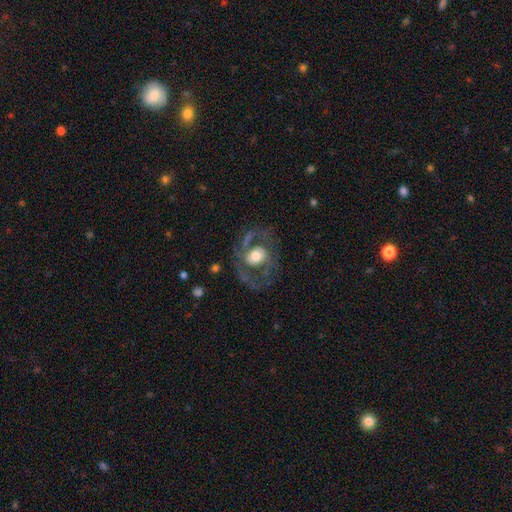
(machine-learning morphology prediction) A featured or disk galaxy (67%) with no bar (70%), spiral arms (59%) and a moderate central bulge (59%).

Vote fractions:
- Smooth or featured? featured or disk: 67% / smooth: 27% / star or artifact: 6%
- Edge-on disk? no: 96% / yes: 4%
- Bar? no: 70% / weak: 22% / strong: 8%
- Spiral arms? yes: 59% / no: 41%
- Bulge size? moderate: 59% / large: 30% / small: 8% / dominant: 3% / none: 1%
- Merging? none: 57% / major disturbance: 24% / minor disturbance: 16% / merger: 2%